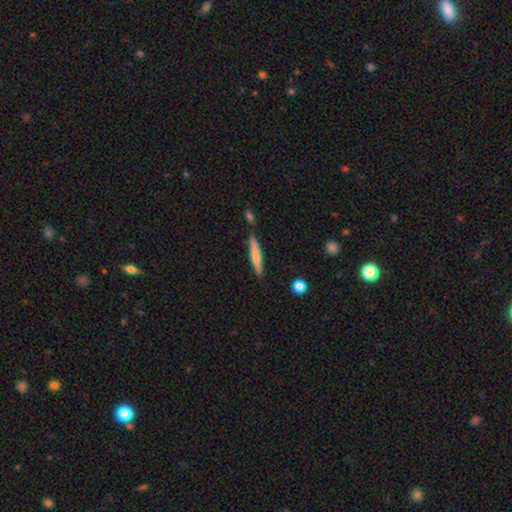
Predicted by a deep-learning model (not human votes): Smooth or featured? smooth (64%)
How rounded? cigar-shaped (92%)
Merging? none (78%)